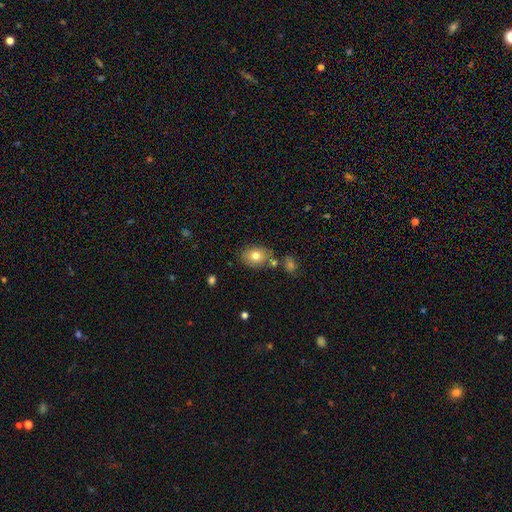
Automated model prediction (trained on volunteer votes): smooth 76%, featured or disk 15%, star or artifact 9%. Down the decision tree: how rounded — in between (71%); merging — none (70%).